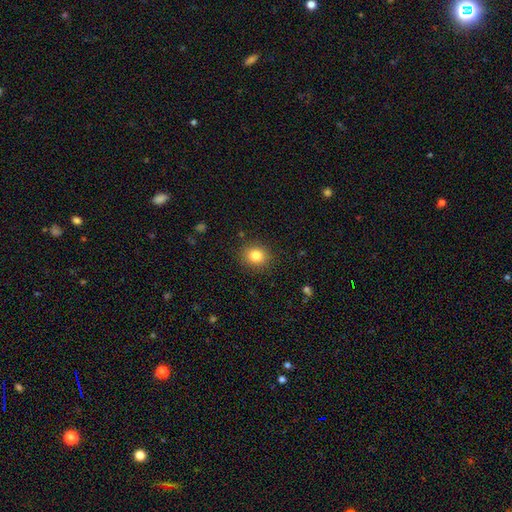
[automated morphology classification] type=smooth (82%); roundness=round (78%); merging=none (89%).